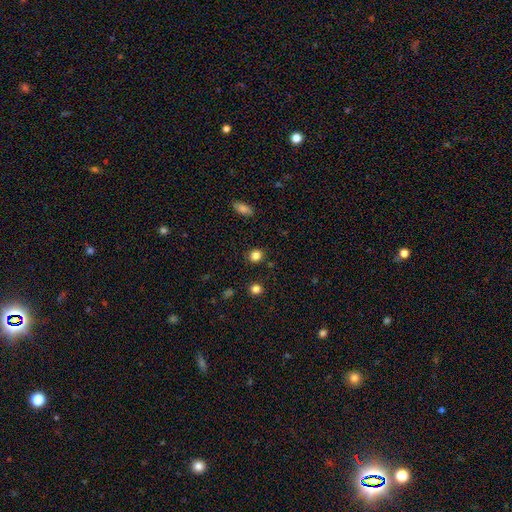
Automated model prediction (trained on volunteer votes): Smooth or featured: smooth — 85% (star or artifact — 11%)
How rounded: round — 80% (in between — 19%)
Merging: none — 88% (minor disturbance — 7%)